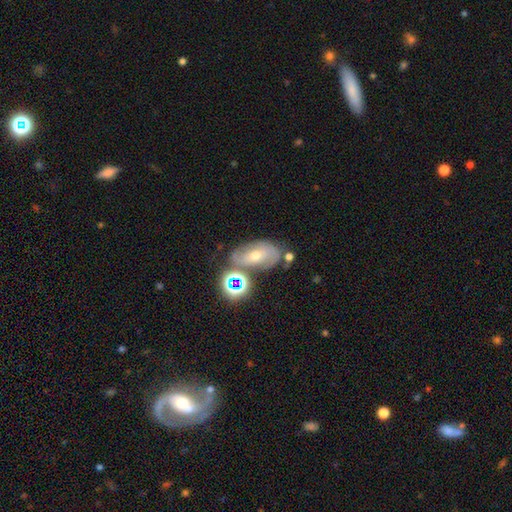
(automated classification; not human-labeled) This appears to be a featured or disk galaxy (53%). Merging: none (56%).